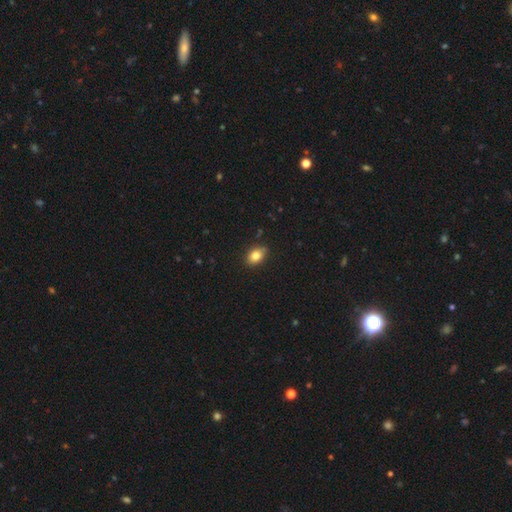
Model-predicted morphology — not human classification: Smooth or featured?
  - smooth: 83% *
  - star or artifact: 9%
  - featured or disk: 8%
How rounded?
  - in between: 77% *
  - round: 21%
  - cigar-shaped: 2%
Merging?
  - none: 86% *
  - minor disturbance: 11%
  - major disturbance: 2%
  - merger: 1%